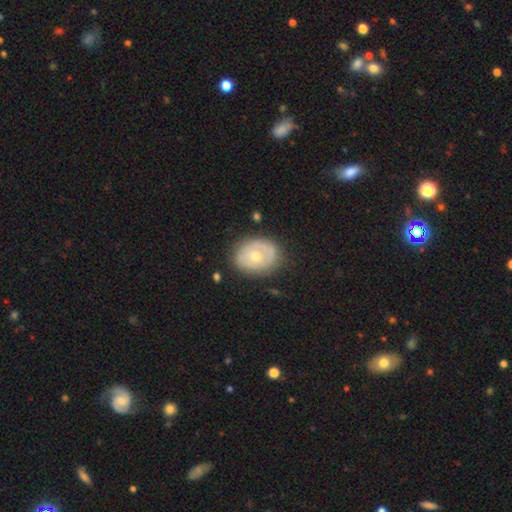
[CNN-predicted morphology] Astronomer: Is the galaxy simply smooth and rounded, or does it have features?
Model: featured or disk — 48% (runner-up: smooth, 46%).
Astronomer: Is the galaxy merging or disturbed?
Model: none — 74%.